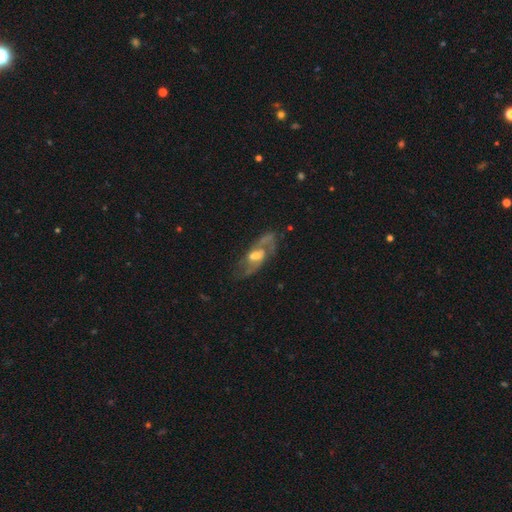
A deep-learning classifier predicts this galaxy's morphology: Q: Smooth or featured?
A: featured or disk (78%); runner-up: smooth (14%)
Q: Edge-on disk?
A: no (89%); runner-up: yes (11%)
Q: Bar?
A: weak (48%); runner-up: no (37%)
Q: Spiral arms?
A: yes (83%); runner-up: no (17%)
Q: Spiral winding?
A: medium (47%); runner-up: loose (35%)
Q: Spiral arm count?
A: 2 (76%); runner-up: can't tell (13%)
Q: Bulge size?
A: moderate (52%); runner-up: small (28%)
Q: Merging?
A: none (62%); runner-up: minor disturbance (18%)